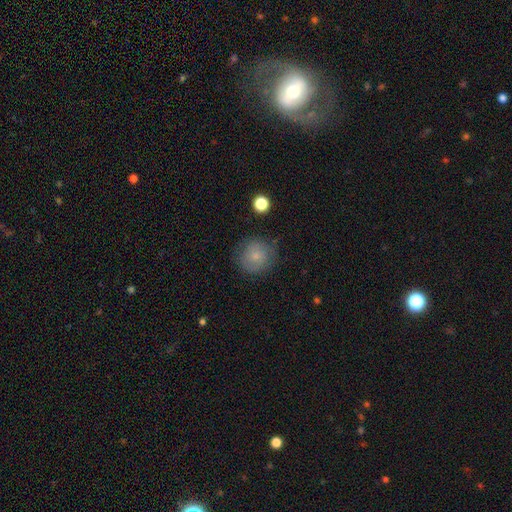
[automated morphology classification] smooth-or-featured: smooth: 75% | featured or disk: 16% | star or artifact: 9%
  how-rounded: round: 92% | in between: 7% | cigar-shaped: 1%
  merging: none: 80% | minor disturbance: 14% | major disturbance: 4% | merger: 2%